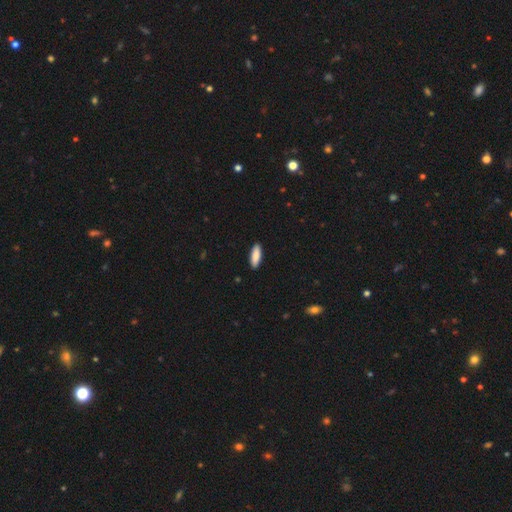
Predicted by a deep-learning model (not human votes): This is clearly a smooth galaxy (87%). How rounded: possibly in between (58%). Merging: clearly none (91%).